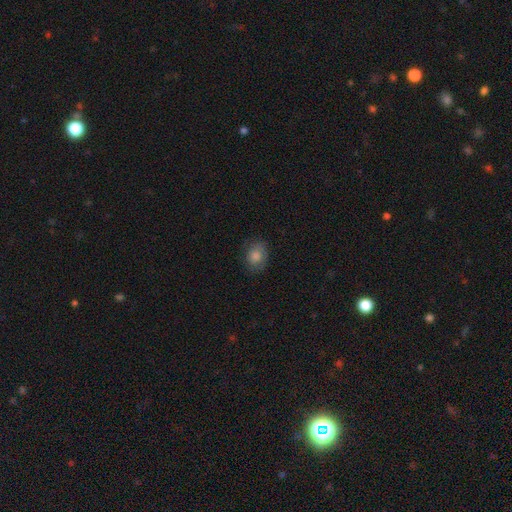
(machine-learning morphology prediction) Q: Smooth or featured?
A: smooth (76%); runner-up: featured or disk (13%)
Q: How rounded?
A: in between (51%); runner-up: round (48%)
Q: Merging?
A: none (80%); runner-up: minor disturbance (15%)